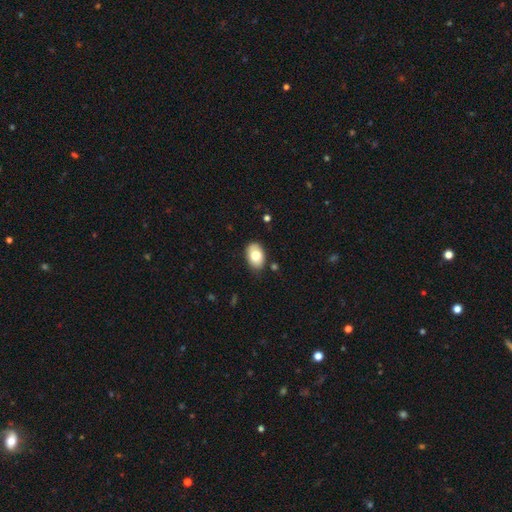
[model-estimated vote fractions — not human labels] The model was most divided on "smooth or featured": smooth: 78%, featured or disk: 15%, star or artifact: 7%. More confident: how rounded — in between (87%); merging — none (82%).